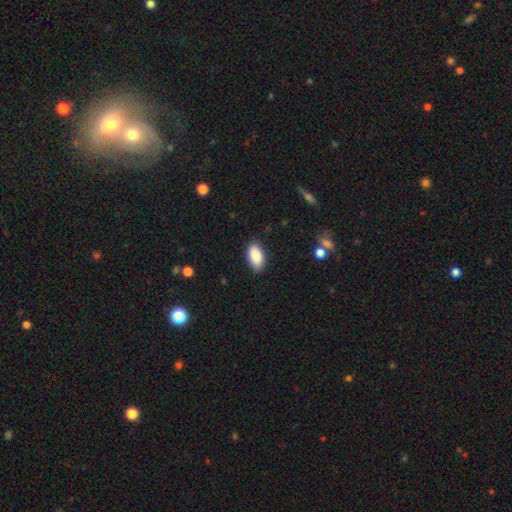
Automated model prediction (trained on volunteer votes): smooth-or-featured: smooth: 88% | star or artifact: 7% | featured or disk: 5%
  how-rounded: in between: 94% | cigar-shaped: 3% | round: 3%
  merging: none: 86% | minor disturbance: 11% | major disturbance: 2% | merger: 1%